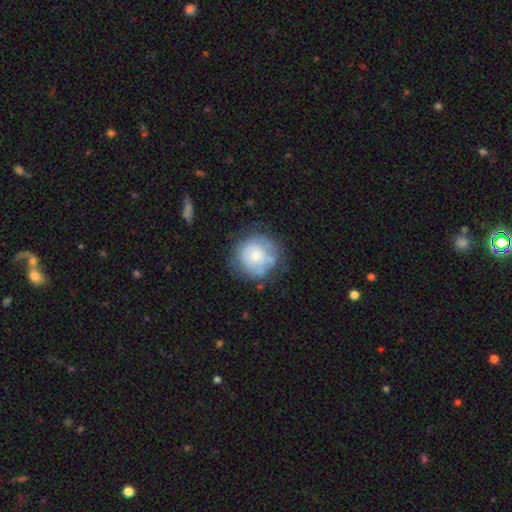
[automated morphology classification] Smooth or featured? smooth (54%)
How rounded? round (91%)
Merging? none (60%)